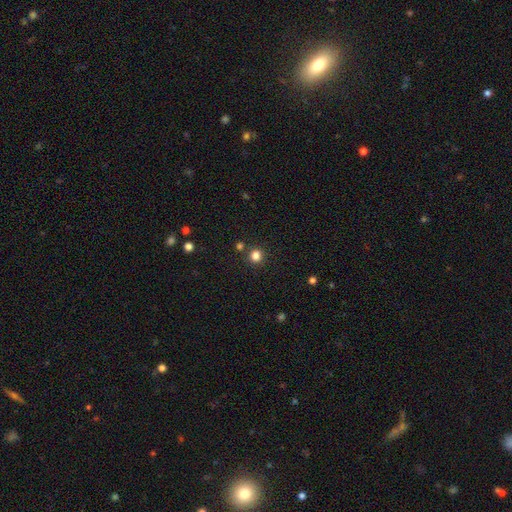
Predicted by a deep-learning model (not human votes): The model was most divided on "smooth or featured": smooth: 81%, star or artifact: 14%, featured or disk: 4%. More confident: how rounded — round (93%); merging — none (87%).